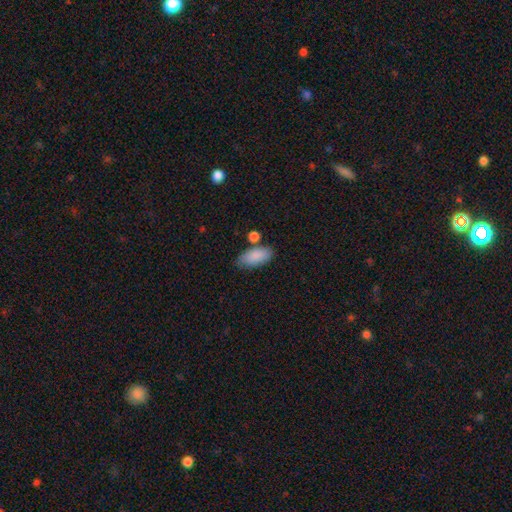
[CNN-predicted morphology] Smooth or featured? Predicted: smooth (p=0.87). How rounded? Predicted: in between (p=0.90). Merging? Predicted: none (p=0.70).